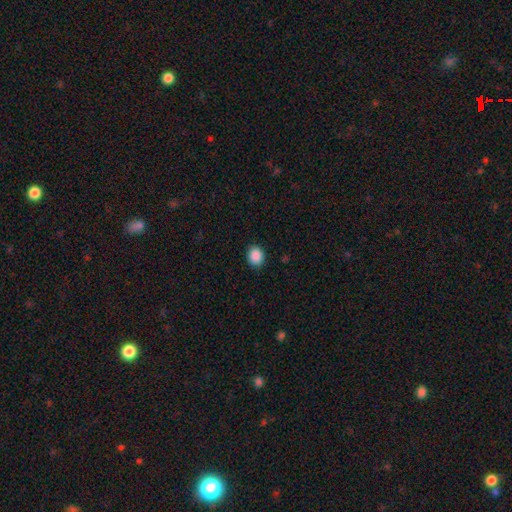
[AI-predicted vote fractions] smooth-or-featured: smooth: 89% | star or artifact: 8% | featured or disk: 2%
  how-rounded: round: 62% | in between: 38% | cigar-shaped: 1%
  merging: none: 90% | minor disturbance: 7% | major disturbance: 2% | merger: 1%